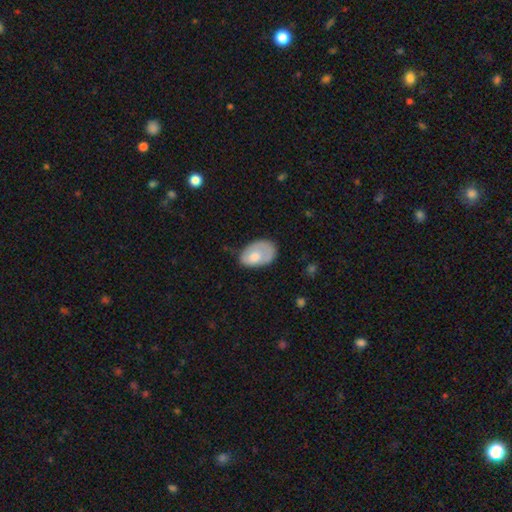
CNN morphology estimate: Q: Smooth or featured?
A: smooth (70%); runner-up: featured or disk (23%)
Q: How rounded?
A: in between (89%); runner-up: round (9%)
Q: Merging?
A: none (45%); runner-up: minor disturbance (34%)